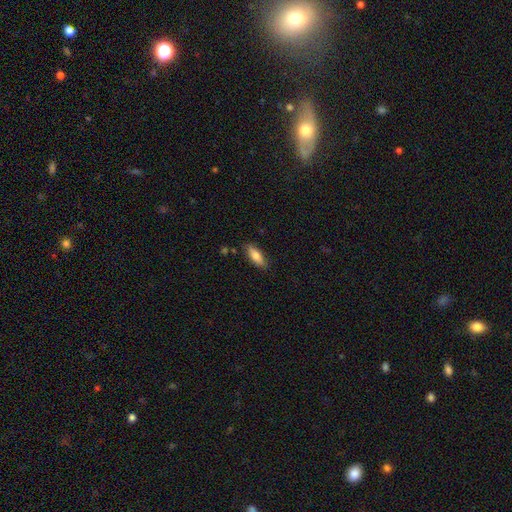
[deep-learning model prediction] Morphology: type=smooth (77%); roundness=in between (64%); merging=none (83%).